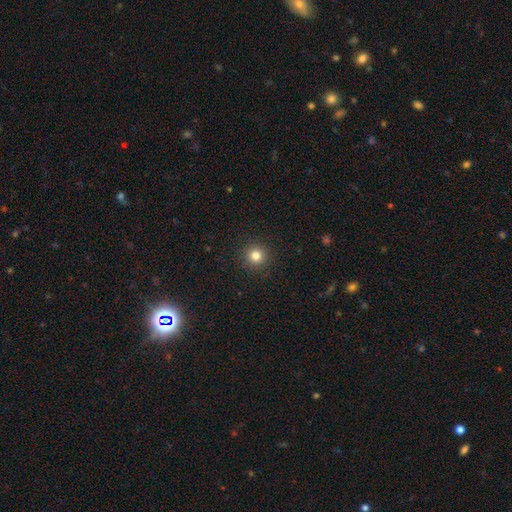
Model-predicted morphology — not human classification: Smooth or featured? smooth (82%)
How rounded? round (95%)
Merging? none (92%)